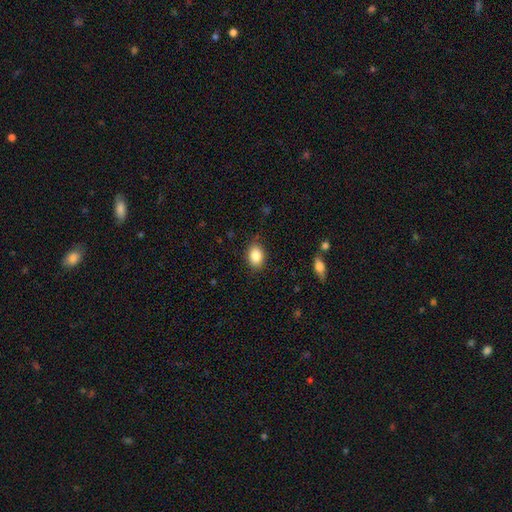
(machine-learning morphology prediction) The model was most divided on "how rounded": in between: 76%, round: 23%, cigar-shaped: 1%. More confident: smooth or featured — smooth (86%); merging — none (84%).